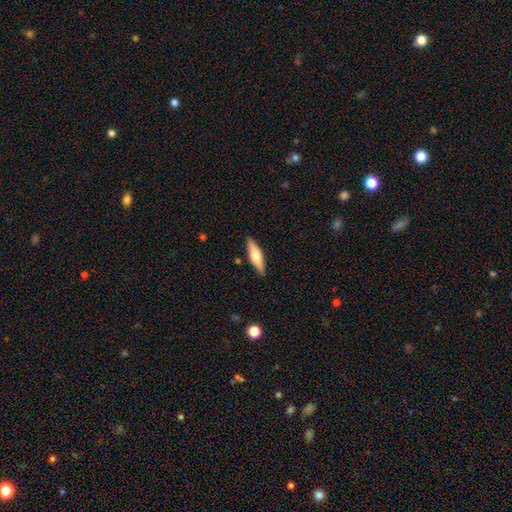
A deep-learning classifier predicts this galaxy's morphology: Smooth or featured: smooth — 54% (featured or disk — 40%)
How rounded: cigar-shaped — 64% (in between — 34%)
Merging: none — 87% (minor disturbance — 9%)